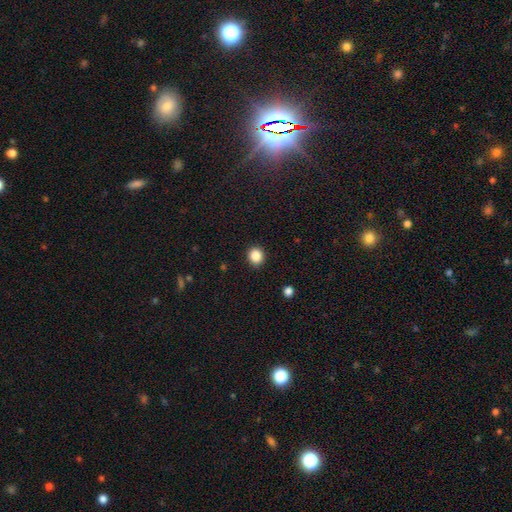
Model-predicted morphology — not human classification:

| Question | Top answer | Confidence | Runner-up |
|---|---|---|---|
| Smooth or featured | smooth | 86% | star or artifact (11%) |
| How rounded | round | 85% | in between (14%) |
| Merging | none | 91% | minor disturbance (6%) |